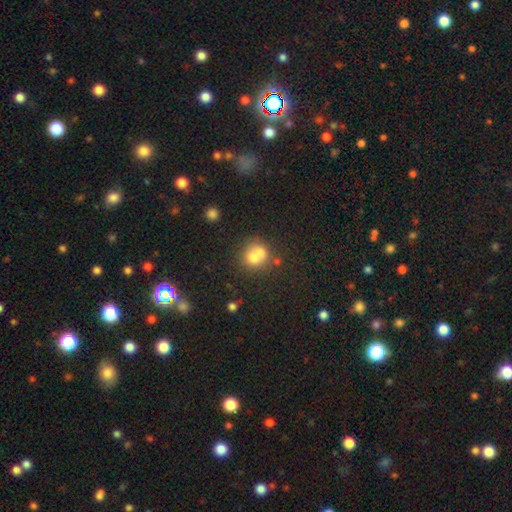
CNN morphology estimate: Smooth or featured? smooth (68%)
How rounded? round (79%)
Merging? merger (49%)